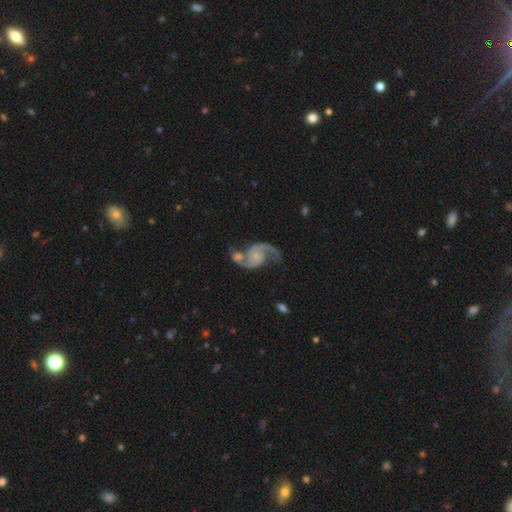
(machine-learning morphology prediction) featured or disk 91%, smooth 5%, star or artifact 4%. Down the decision tree: edge-on disk — no (98%); bar — no (69%); spiral arms — yes (97%); spiral arm count — 2 (91%); spiral winding — medium (45%, tied with loose); bulge size — small (61%); merging — none (42%).